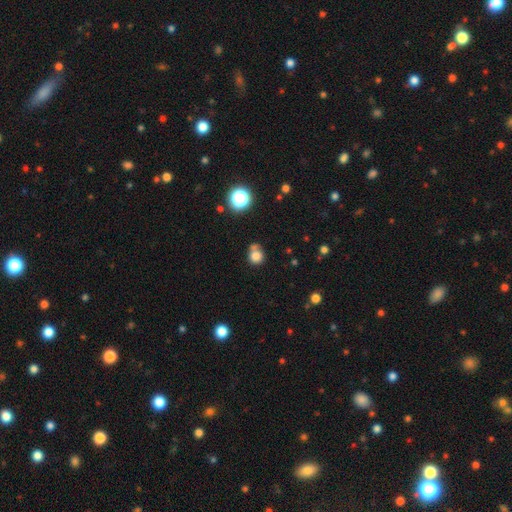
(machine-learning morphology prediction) This is likely a smooth galaxy (80%). How rounded: clearly round (84%). Merging: possibly none (55%).